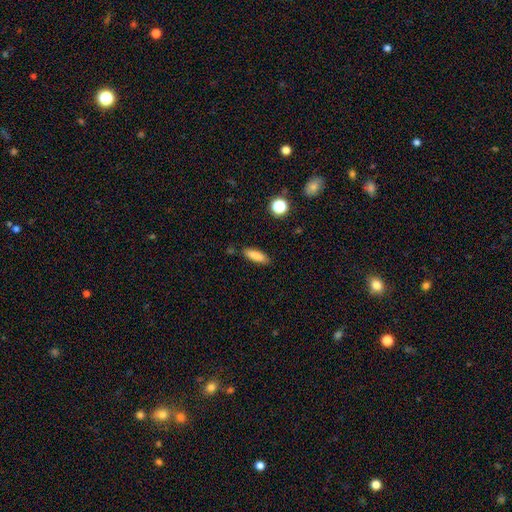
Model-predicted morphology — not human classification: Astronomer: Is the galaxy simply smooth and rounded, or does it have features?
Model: smooth — 83%.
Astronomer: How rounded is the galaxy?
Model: cigar-shaped — 52% (runner-up: in between, 46%).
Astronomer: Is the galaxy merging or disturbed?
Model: none — 85%.